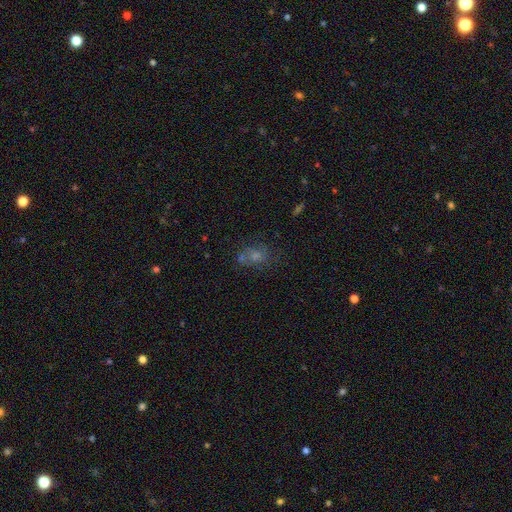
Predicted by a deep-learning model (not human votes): smooth_or_featured: smooth (p=0.50) [alt: star or artifact p=0.25]
merging: none (p=0.53) [alt: merger p=0.19]